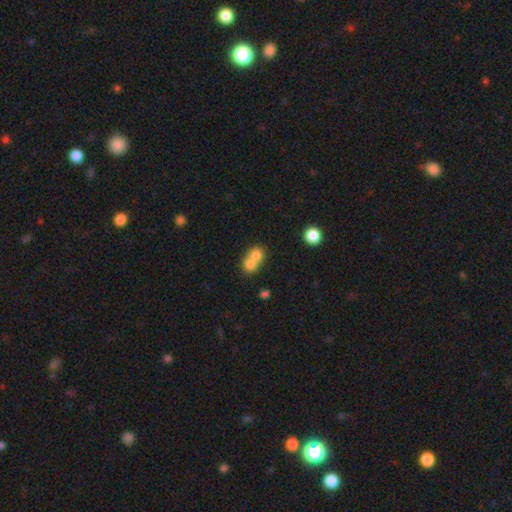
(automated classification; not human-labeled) Morphology: type=smooth (74%); roundness=round (75%); merging=merger (69%).